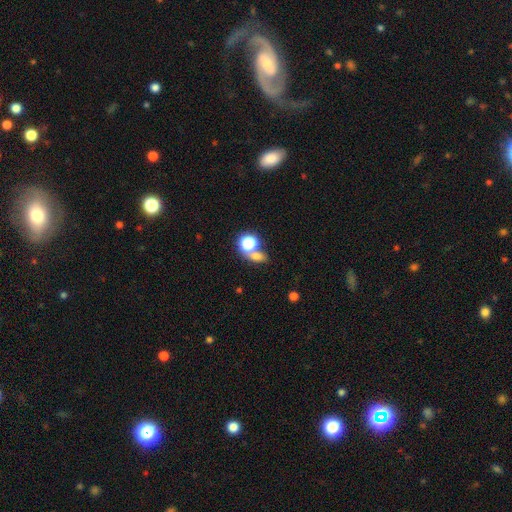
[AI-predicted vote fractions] Morphology: type=smooth (68%); roundness=in between (50%); merging=none (44%).